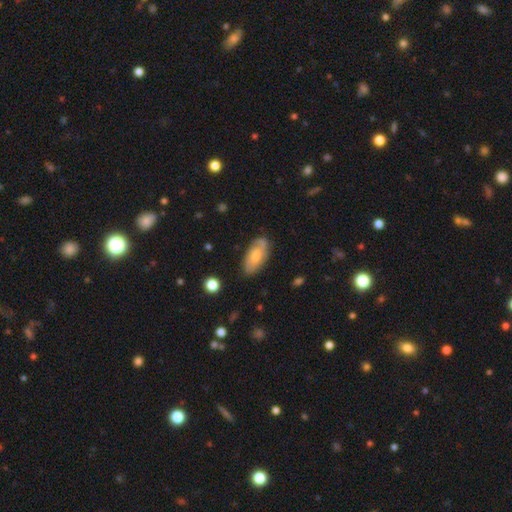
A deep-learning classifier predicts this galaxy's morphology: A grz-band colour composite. It shows a featured or disk galaxy (49%). Merging: none (79%).